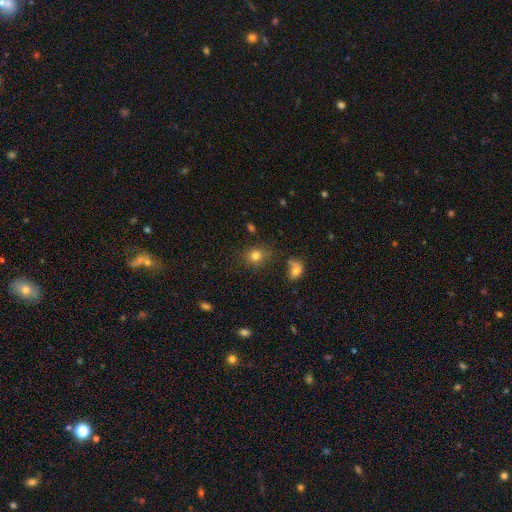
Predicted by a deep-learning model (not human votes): This appears to be a smooth galaxy with no disk features (79%) that is round (68%). Merging: none (76%).